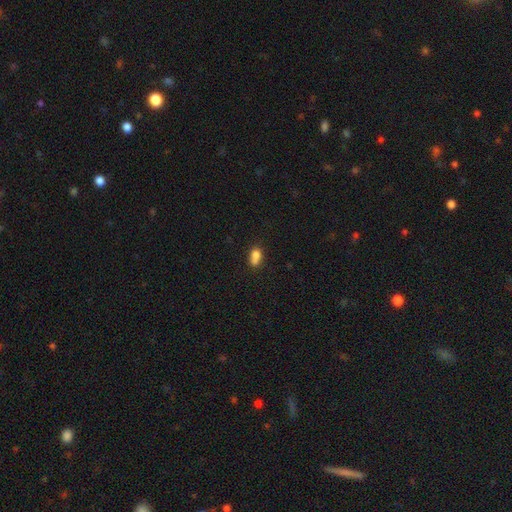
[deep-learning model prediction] Smooth or featured: smooth — 75% (featured or disk — 13%)
How rounded: in between — 68% (round — 28%)
Merging: none — 39% (merger — 35%)